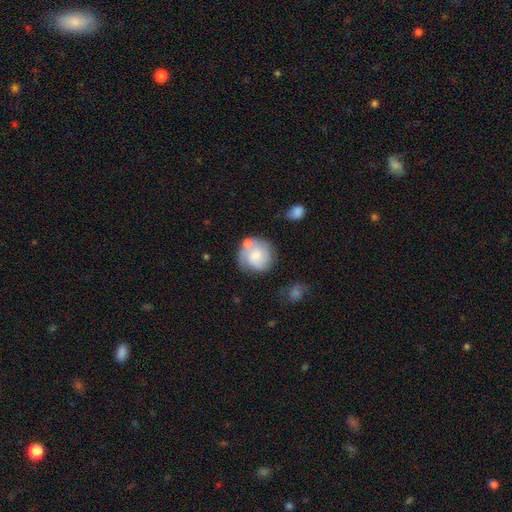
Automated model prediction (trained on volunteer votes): smooth-or-featured: featured or disk: 51% | smooth: 42% | star or artifact: 7%
  disk-edge-on: no: 98% | yes: 2%
  merging: none: 59% | minor disturbance: 19% | merger: 13% | major disturbance: 8%